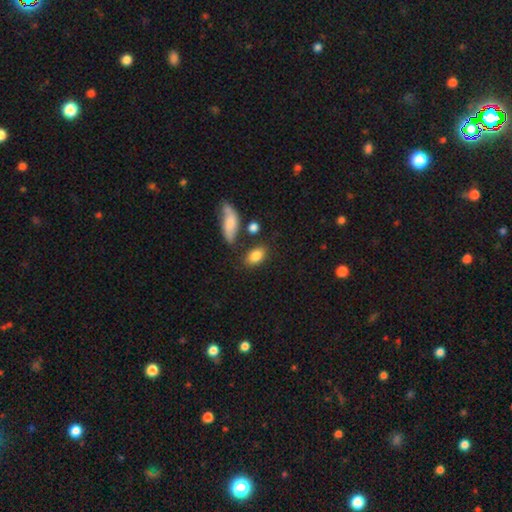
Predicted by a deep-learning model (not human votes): Smooth or featured: smooth — 82% (featured or disk — 10%)
How rounded: in between — 86% (round — 11%)
Merging: none — 70% (minor disturbance — 15%)